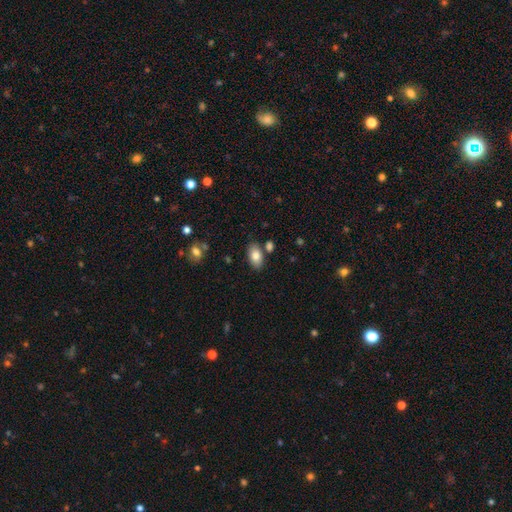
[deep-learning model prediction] Smooth or featured: smooth — 83% (featured or disk — 10%)
How rounded: in between — 93% (round — 5%)
Merging: none — 79% (minor disturbance — 11%)